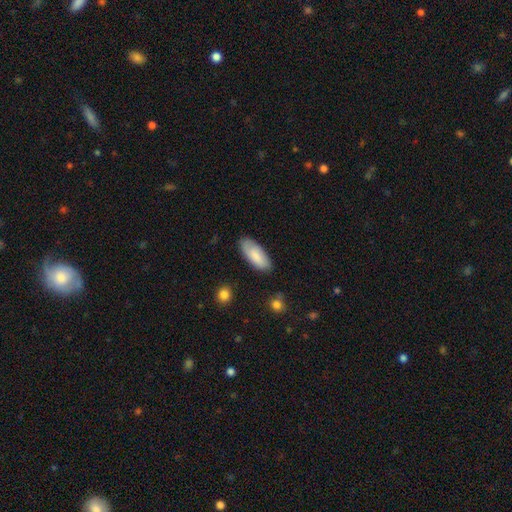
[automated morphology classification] The model was most divided on "merging": none: 80%, minor disturbance: 15%, major disturbance: 3%, merger: 2%. More confident: how rounded — in between (85%); smooth or featured — smooth (81%).